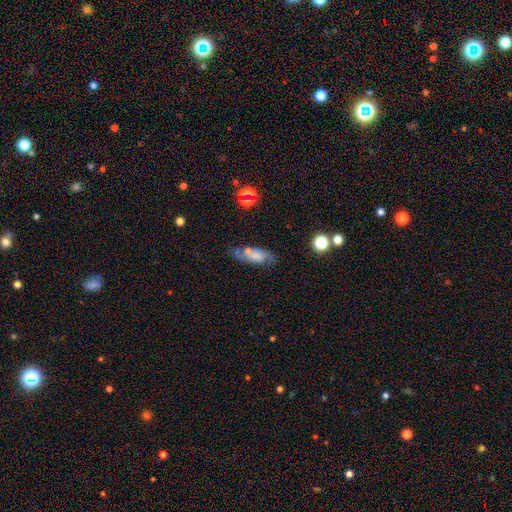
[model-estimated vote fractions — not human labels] Smooth or featured? smooth (49%)
Merging? none (57%)